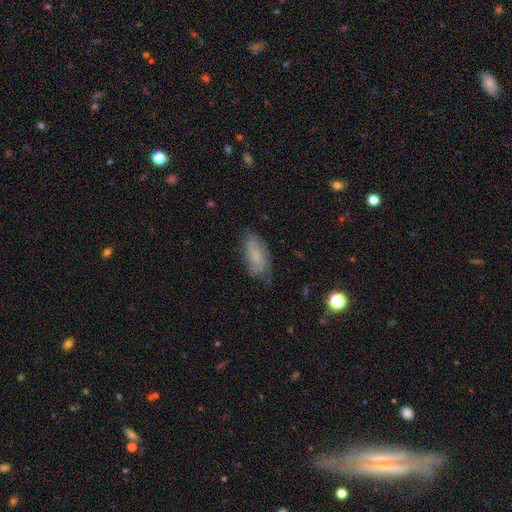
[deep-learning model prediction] Overall: smooth (48%; featured or disk 42%). Merging: none (65%).